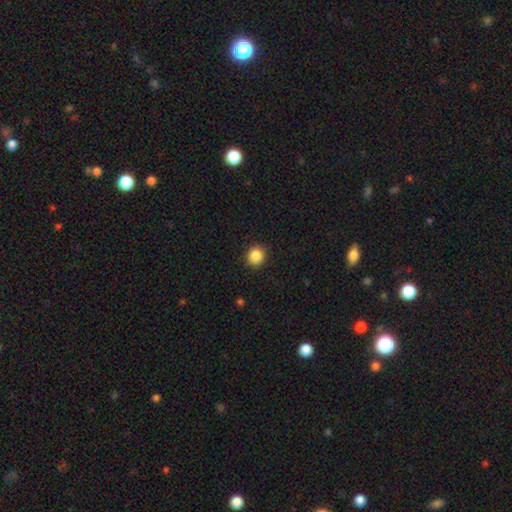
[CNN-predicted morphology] Smooth or featured: smooth — 87% (star or artifact — 9%)
How rounded: round — 88% (in between — 11%)
Merging: none — 91% (minor disturbance — 6%)